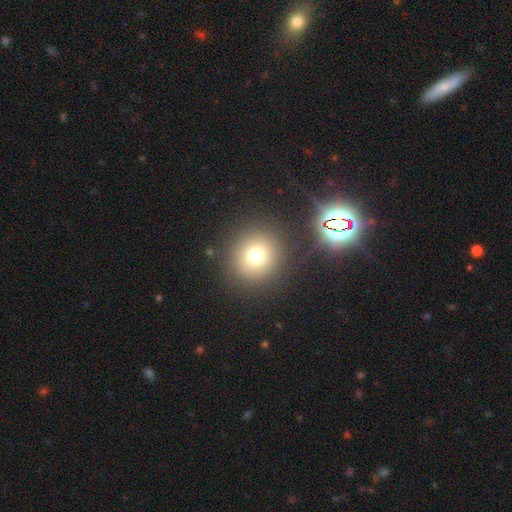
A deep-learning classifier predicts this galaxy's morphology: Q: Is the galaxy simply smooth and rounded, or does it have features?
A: smooth — 71%.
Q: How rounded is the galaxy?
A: round — 92%.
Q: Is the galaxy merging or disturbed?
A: none — 87%.